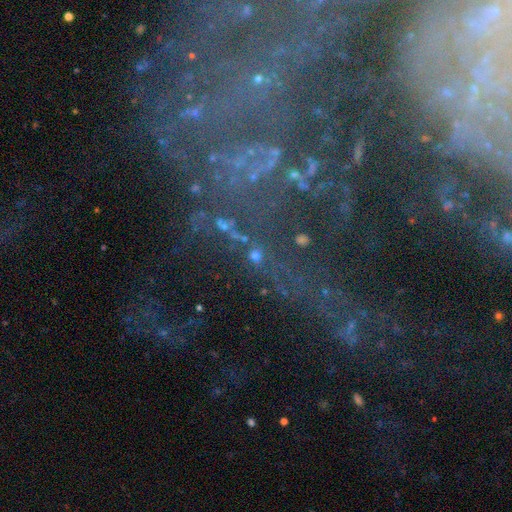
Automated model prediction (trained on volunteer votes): This is possibly a star or artifact rather than a galaxy (51%).